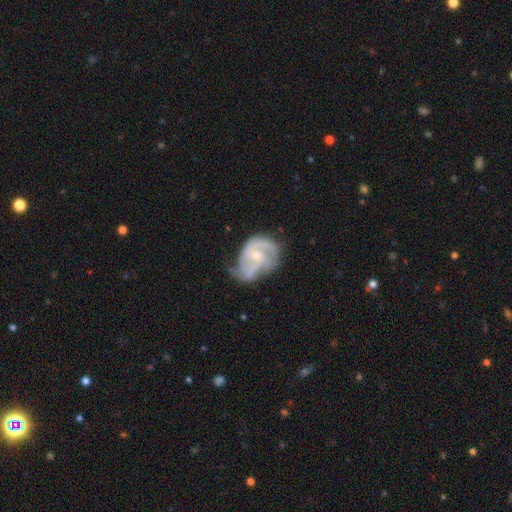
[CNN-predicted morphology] Smooth or featured? Predicted: featured or disk (p=0.86). Edge-on disk? Predicted: no (p=0.98). Bar? Predicted: no (p=0.54). Spiral arms? Predicted: yes (p=0.95). Spiral winding? Predicted: medium (p=0.49). Spiral arm count? Predicted: 2 (p=0.46). Bulge size? Predicted: small (p=0.62). Merging? Predicted: none (p=0.52).